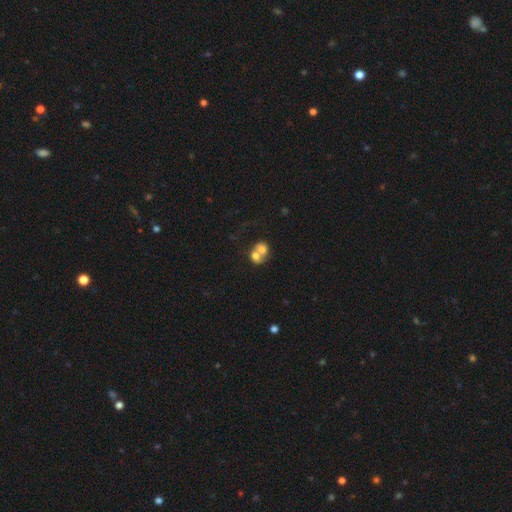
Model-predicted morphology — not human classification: type=smooth (65%); roundness=round (56%); merging=merger (73%).